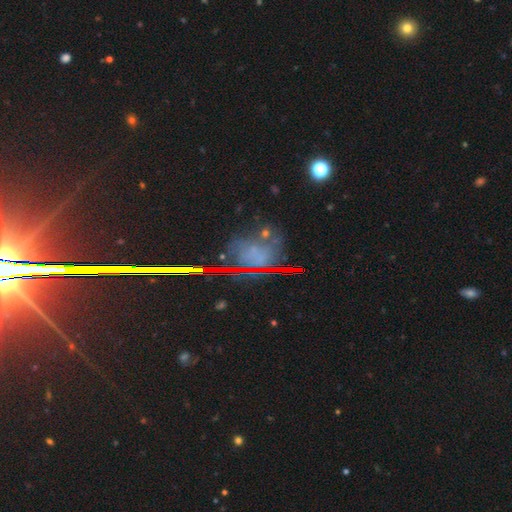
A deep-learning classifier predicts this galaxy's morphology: Q: Smooth or featured?
A: star or artifact (45%); runner-up: smooth (29%)